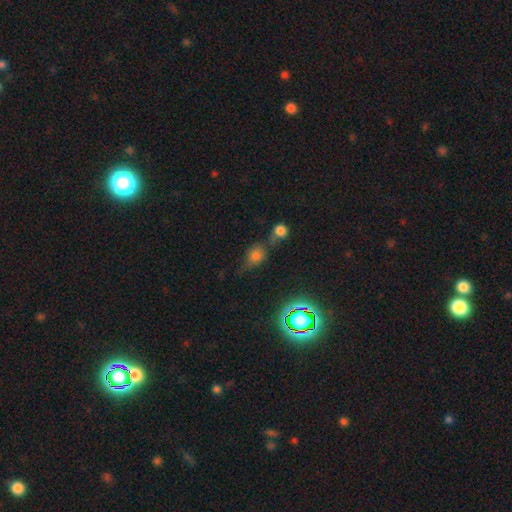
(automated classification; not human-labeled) smooth-or-featured: smooth: 63% | star or artifact: 21% | featured or disk: 16%
  how-rounded: in between: 54% | round: 42% | cigar-shaped: 4%
  merging: none: 45% | merger: 27% | minor disturbance: 18% | major disturbance: 11%